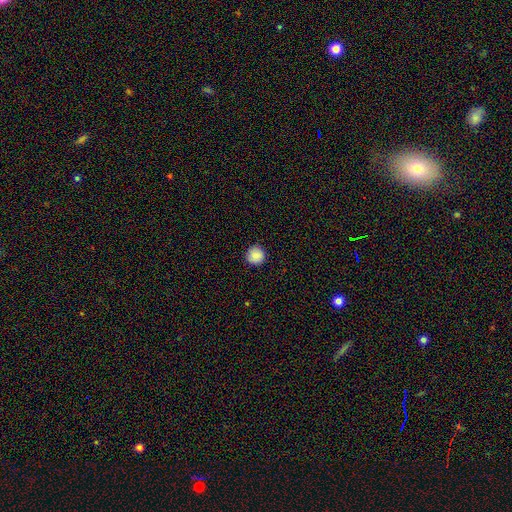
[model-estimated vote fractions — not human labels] smooth 87%, star or artifact 9%, featured or disk 4%. Down the decision tree: how rounded — round (96%); merging — none (91%).